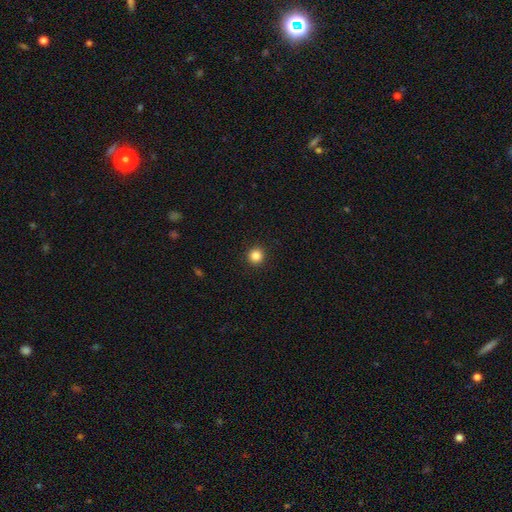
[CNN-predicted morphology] Smooth or featured?
  - smooth: 85% *
  - star or artifact: 11%
  - featured or disk: 4%
How rounded?
  - round: 94% *
  - in between: 5%
  - cigar-shaped: 1%
Merging?
  - none: 93% *
  - minor disturbance: 4%
  - major disturbance: 2%
  - merger: 1%